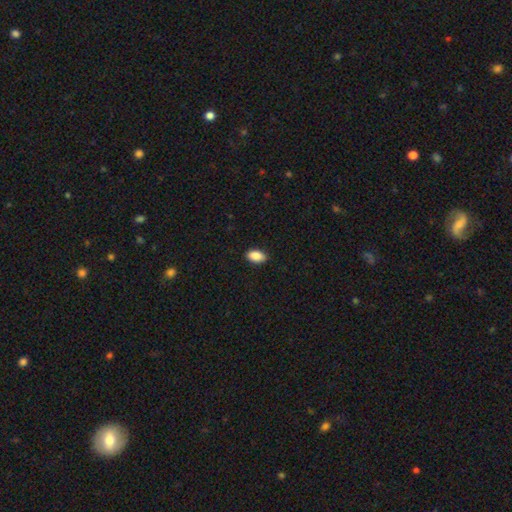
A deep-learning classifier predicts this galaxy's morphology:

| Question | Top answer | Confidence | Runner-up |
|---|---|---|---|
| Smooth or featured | smooth | 88% | star or artifact (7%) |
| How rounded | in between | 92% | round (5%) |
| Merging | none | 88% | minor disturbance (9%) |